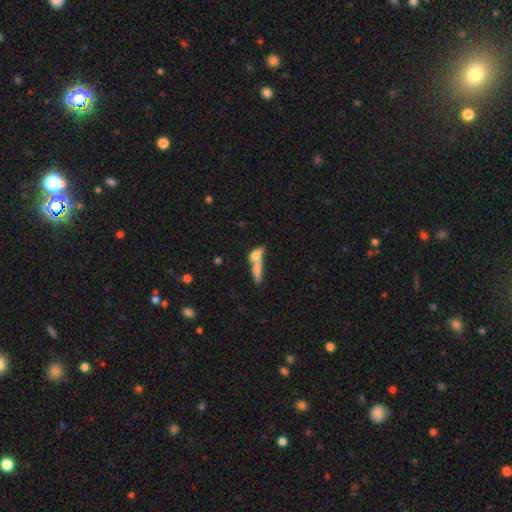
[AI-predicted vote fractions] smooth-or-featured: smooth: 67% | featured or disk: 24% | star or artifact: 10%
  how-rounded: cigar-shaped: 46% | in between: 45% | round: 9%
  merging: merger: 53% | none: 30% | minor disturbance: 9% | major disturbance: 7%